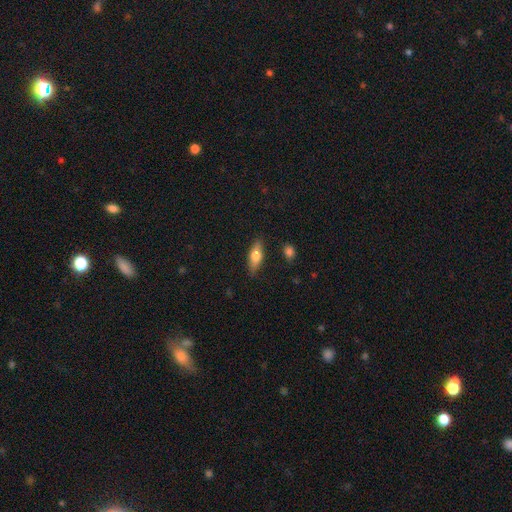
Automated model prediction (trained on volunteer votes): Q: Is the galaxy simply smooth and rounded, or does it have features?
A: smooth — 62%.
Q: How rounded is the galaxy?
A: in between — 60%.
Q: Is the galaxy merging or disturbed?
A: none — 84%.